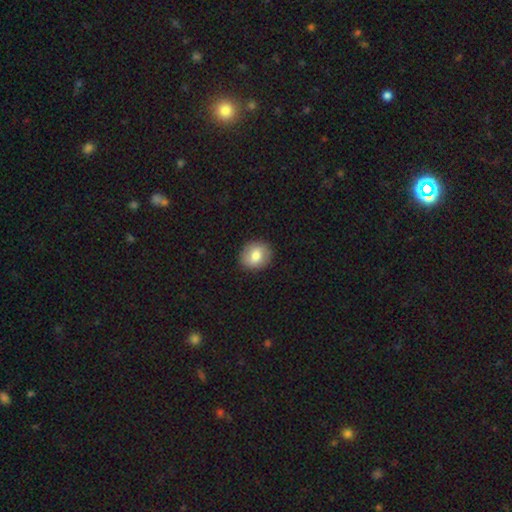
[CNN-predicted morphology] Smooth or featured? smooth (77%)
How rounded? round (72%)
Merging? none (89%)